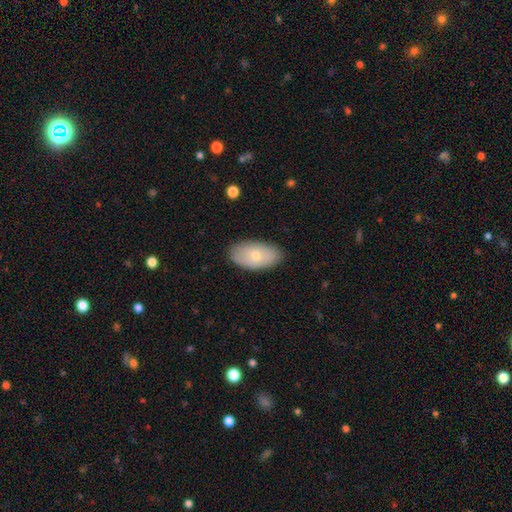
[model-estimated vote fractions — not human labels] A smooth galaxy with no disk features (67%) that is in between round and cigar-shaped (93%). Merging: none (84%).